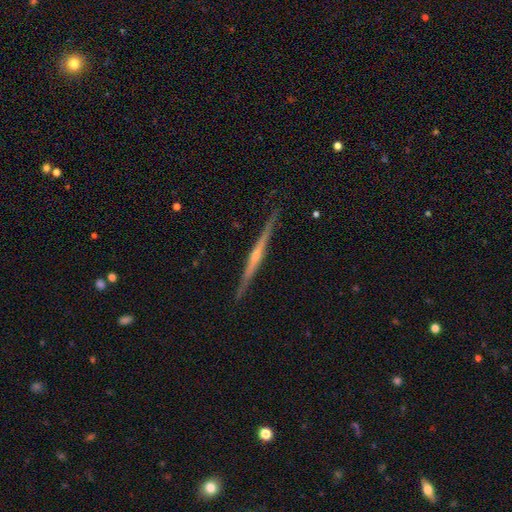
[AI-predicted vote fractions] This is clearly a featured or disk galaxy (81%). It is clearly viewed edge-on (98%). Edge-on bulge: likely rounded (67%). Merging: clearly none (90%).